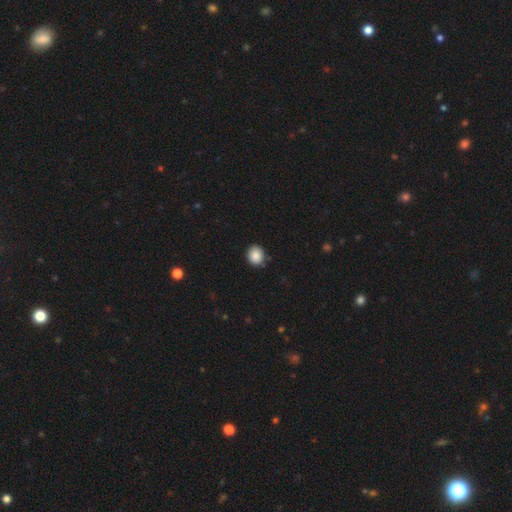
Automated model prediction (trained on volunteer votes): Q: Smooth or featured?
A: smooth (88%); runner-up: star or artifact (9%)
Q: How rounded?
A: round (72%); runner-up: in between (27%)
Q: Merging?
A: none (86%); runner-up: minor disturbance (11%)